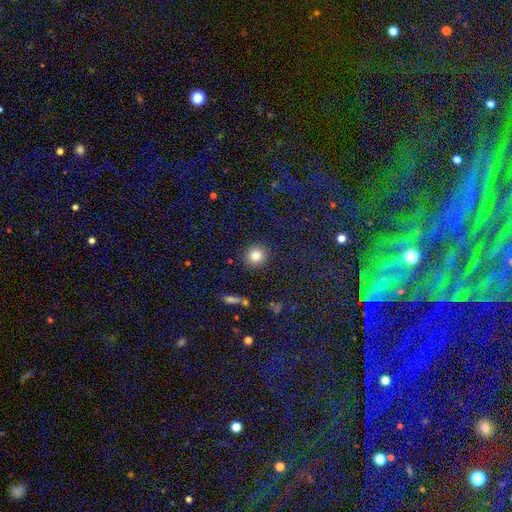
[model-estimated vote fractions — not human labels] Morphology: type=smooth (82%); roundness=round (91%); merging=none (90%).